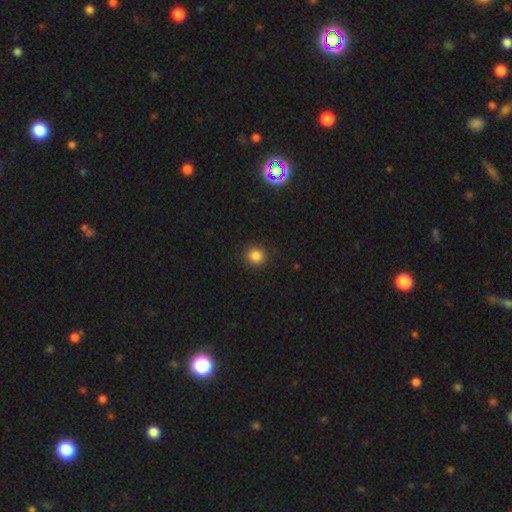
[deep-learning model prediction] Smooth or featured?
  - smooth: 85% *
  - star or artifact: 12%
  - featured or disk: 3%
How rounded?
  - round: 91% *
  - in between: 8%
  - cigar-shaped: 1%
Merging?
  - none: 90% *
  - minor disturbance: 6%
  - major disturbance: 2%
  - merger: 1%